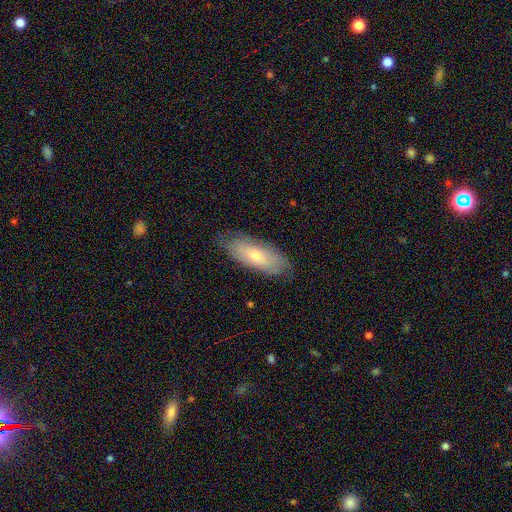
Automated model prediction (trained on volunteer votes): Overall: smooth (56%; featured or disk 37%). How rounded: in between (67%; cigar-shaped 31%). Merging: none (80%).